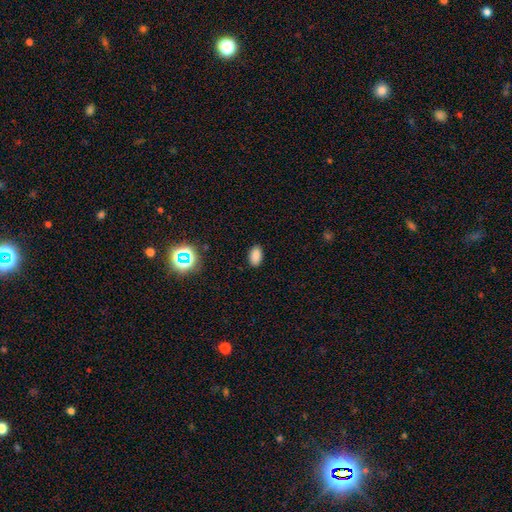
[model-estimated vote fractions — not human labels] smooth 83%, star or artifact 13%, featured or disk 4%. Down the decision tree: how rounded — in between (91%); merging — none (87%).